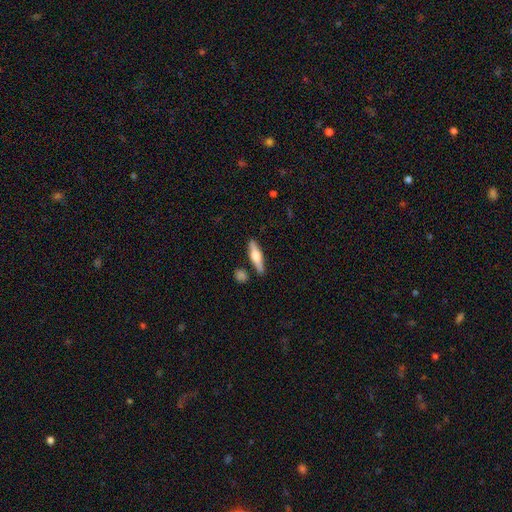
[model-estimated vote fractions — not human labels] Smooth or featured? Predicted: featured or disk (p=0.55). Edge-on disk? Predicted: yes (p=0.96). Edge-on bulge? Predicted: rounded (p=0.89). Merging? Predicted: none (p=0.84).